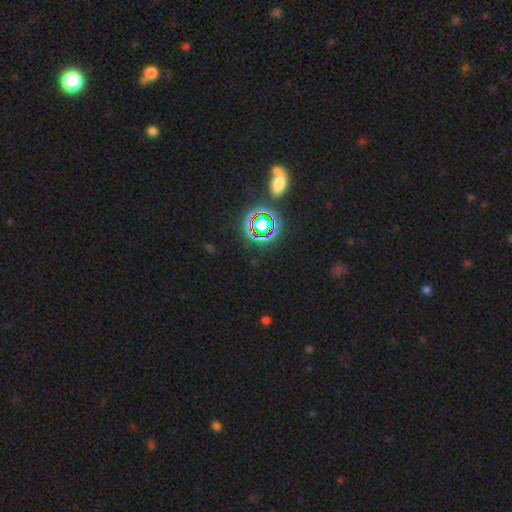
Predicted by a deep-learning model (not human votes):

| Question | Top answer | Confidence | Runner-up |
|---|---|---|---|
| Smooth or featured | star or artifact | 71% | smooth (17%) |